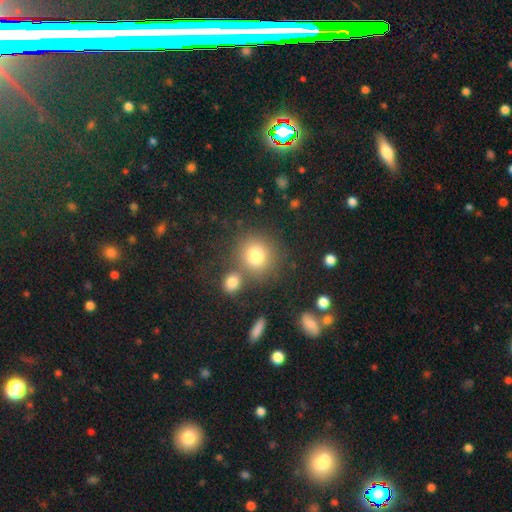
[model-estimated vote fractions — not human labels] Smooth or featured? Predicted: smooth (p=0.78). How rounded? Predicted: round (p=0.87). Merging? Predicted: none (p=0.64).